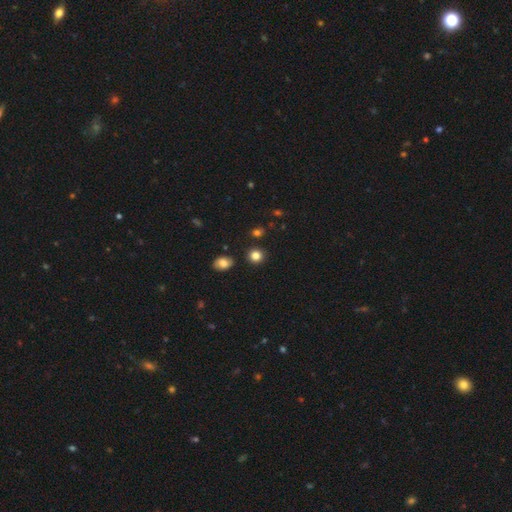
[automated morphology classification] This is clearly a smooth galaxy (83%). How rounded: clearly round (86%). Merging: clearly none (87%).